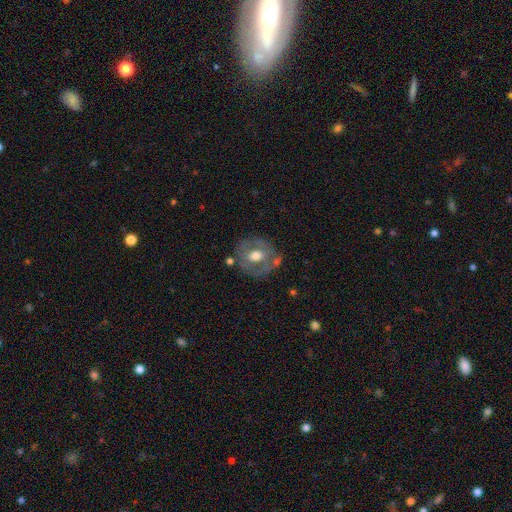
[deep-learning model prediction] Smooth or featured: featured or disk — 52% (smooth — 41%)
Edge-on disk: no — 94% (yes — 6%)
Merging: none — 67% (minor disturbance — 18%)